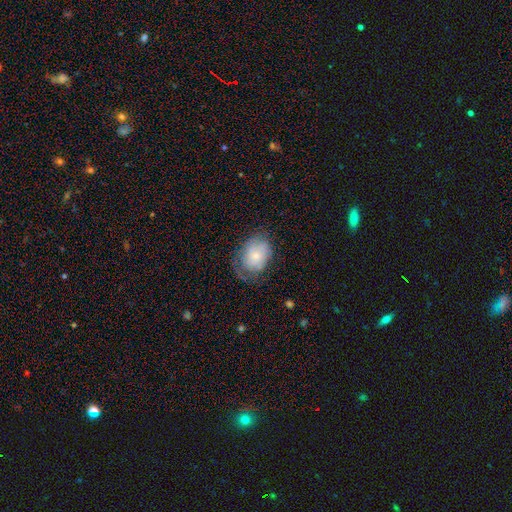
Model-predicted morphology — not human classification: Smooth or featured: smooth — 60% (featured or disk — 32%)
How rounded: in between — 66% (round — 33%)
Merging: none — 47% (minor disturbance — 31%)